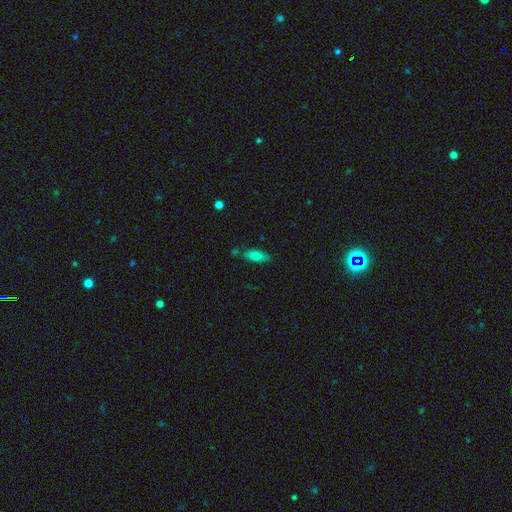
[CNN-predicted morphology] smooth_or_featured: smooth (p=0.75) [alt: featured or disk p=0.17]
how_rounded: in between (p=0.77) [alt: cigar-shaped p=0.20]
merging: none (p=0.75) [alt: minor disturbance p=0.16]